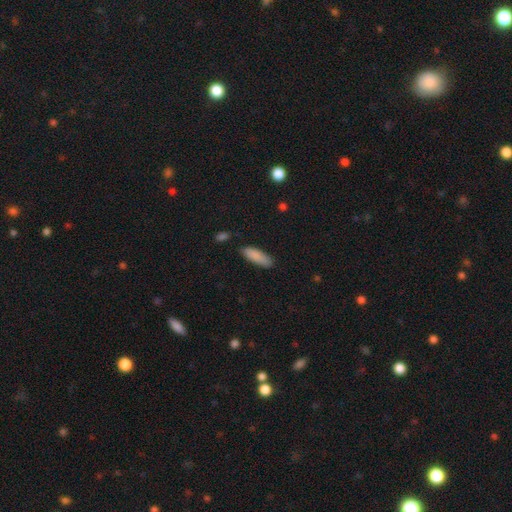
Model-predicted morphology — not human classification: smooth-or-featured: smooth: 87% | featured or disk: 7% | star or artifact: 6%
  how-rounded: in between: 55% | cigar-shaped: 43% | round: 2%
  merging: none: 78% | minor disturbance: 17% | major disturbance: 3% | merger: 3%